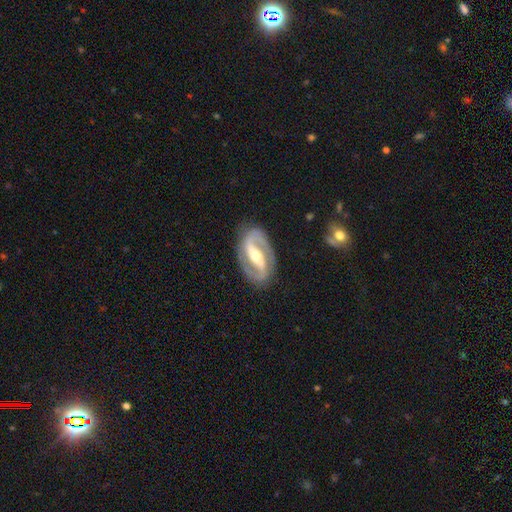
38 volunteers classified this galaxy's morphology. smooth-or-featured: featured or disk: 87% | smooth: 11% | star or artifact: 3%
  disk-edge-on: no: 100% | yes: 0%
    bar: strong: 61% | weak: 24% | no: 15%
    has-spiral-arms: yes: 97% | no: 3%
      spiral-winding: medium: 38% (tied) | loose: 38% (tied) | tight: 25%
      spiral-arm-count: 2: 91% | can't tell: 9% | 1: 0% | 3: 0% | 4: 0% | more than 4: 0%
    bulge-size: moderate: 64% | small: 30% | large: 3% | none: 3% | dominant: 0%
  merging: none: 86% | minor disturbance: 8% | merger: 5% | major disturbance: 0%